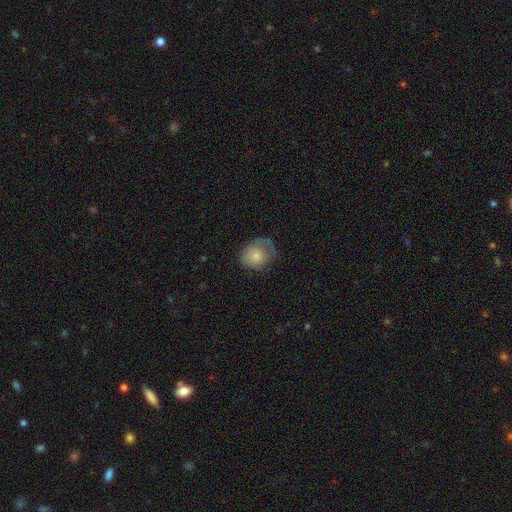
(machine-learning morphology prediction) A smooth galaxy with no disk features (69%) that is round (61%).

Vote fractions:
- Smooth or featured? smooth: 69% / featured or disk: 23% / star or artifact: 8%
- How rounded? round: 61% / in between: 39% / cigar-shaped: 1%
- Merging? none: 41% / minor disturbance: 32% / major disturbance: 25% / merger: 2%